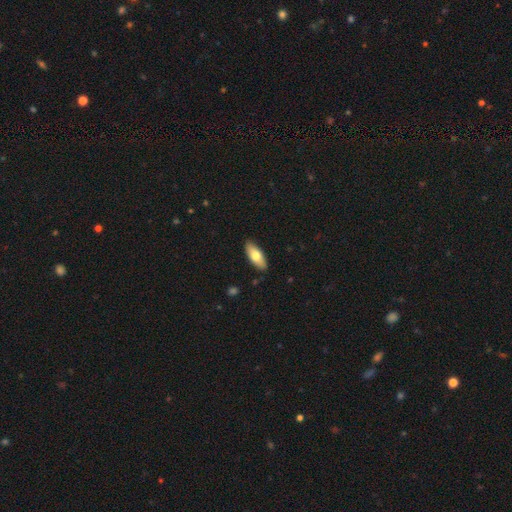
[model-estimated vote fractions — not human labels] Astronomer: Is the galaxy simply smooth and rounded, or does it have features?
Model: smooth — 72%.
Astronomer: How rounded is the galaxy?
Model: in between — 78%.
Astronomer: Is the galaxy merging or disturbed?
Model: none — 89%.